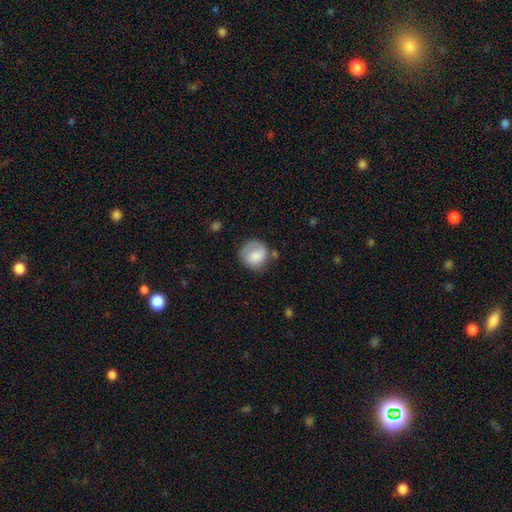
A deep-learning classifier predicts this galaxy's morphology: smooth 77%, featured or disk 16%, star or artifact 7%. Down the decision tree: how rounded — round (87%); merging — none (64%).